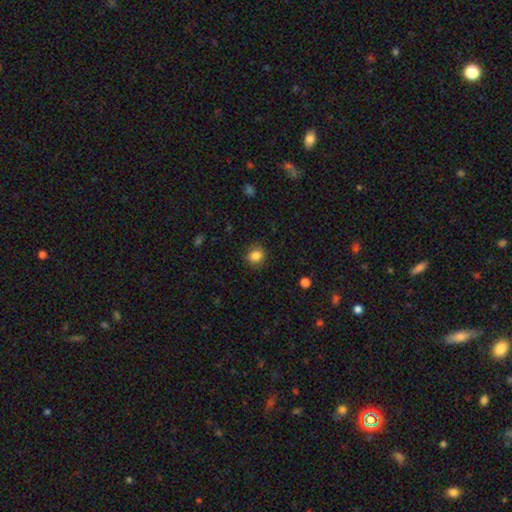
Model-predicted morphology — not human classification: This appears to be a smooth galaxy with no disk features (85%) that is round (72%). Merging: none (87%).